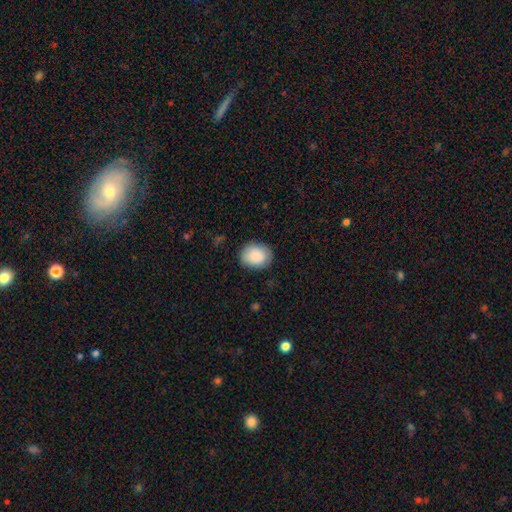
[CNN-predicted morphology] Smooth or featured: smooth — 89% (star or artifact — 6%)
How rounded: round — 52% (in between — 47%)
Merging: none — 81% (minor disturbance — 15%)